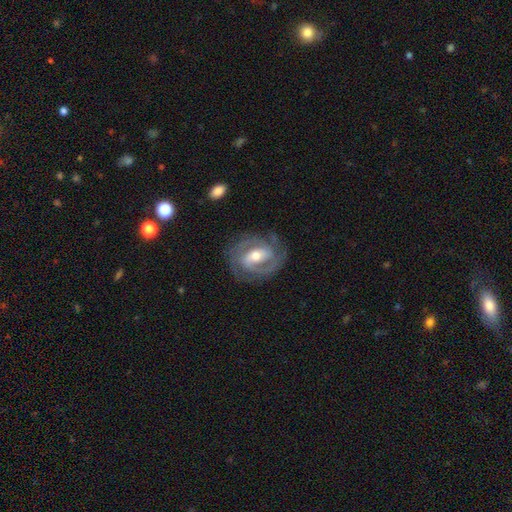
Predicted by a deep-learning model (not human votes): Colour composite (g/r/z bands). It shows a featured or disk galaxy (87%) with a weak bar (41%), 2 (74%) tight (56%) spiral arms (94%) and a moderate central bulge (64%). Merging: none (79%).